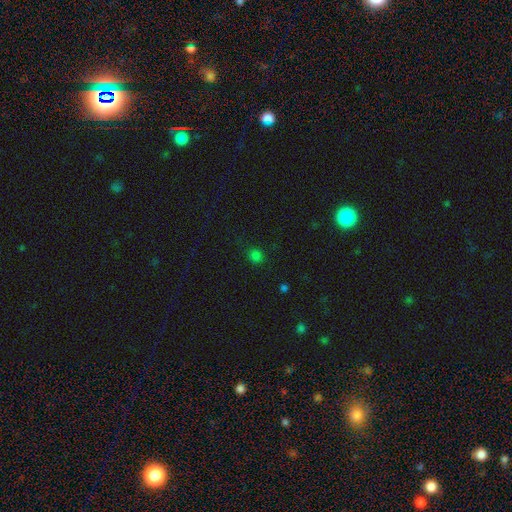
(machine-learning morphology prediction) smooth 77%, star or artifact 20%, featured or disk 4%. Down the decision tree: how rounded — round (79%); merging — none (86%).